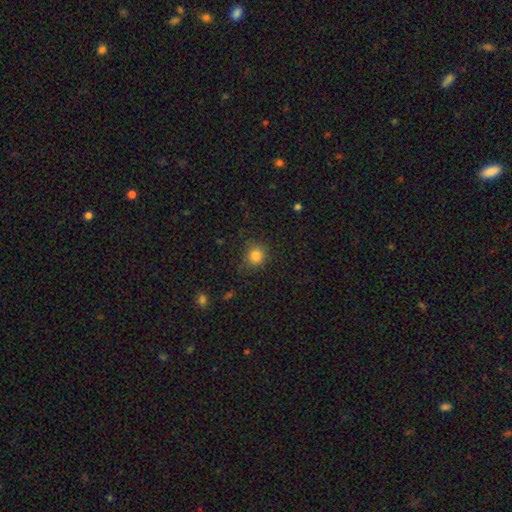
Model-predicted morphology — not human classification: This appears to be a smooth galaxy with no disk features (84%) that is round (88%). Merging: none (79%).